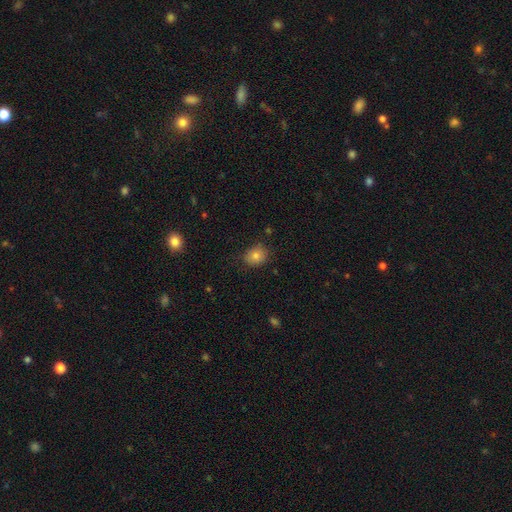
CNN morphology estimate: This appears to be a smooth galaxy with no disk features (80%) that is round (62%). Merging: none (80%).